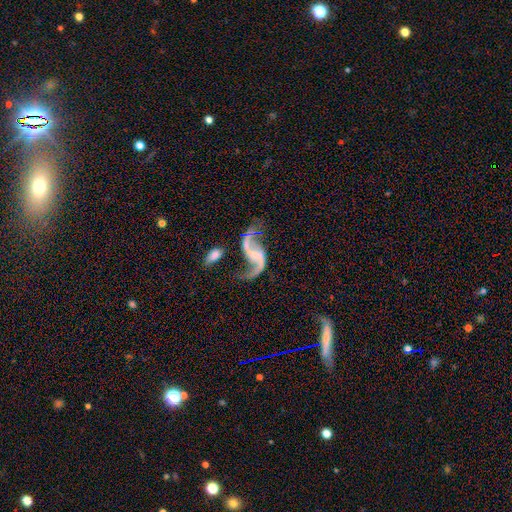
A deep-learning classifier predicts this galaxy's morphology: Smooth or featured?
  - featured or disk: 91% *
  - star or artifact: 5%
  - smooth: 4%
Edge-on disk?
  - no: 98% *
  - yes: 2%
Bar?
  - weak: 40% *
  - no: 38%
  - strong: 22%
Spiral arms?
  - yes: 96% *
  - no: 4%
Spiral winding?
  - loose: 89% *
  - medium: 9%
  - tight: 2%
Spiral arm count?
  - 2: 92% *
  - 1: 3%
  - can't tell: 1%
  - 3: 1%
  - 4: 1%
  - more than 4: 1%
Bulge size?
  - none: 57% *
  - small: 29%
  - moderate: 10%
  - large: 3%
  - dominant: 1%
Merging?
  - none: 57% *
  - major disturbance: 17%
  - minor disturbance: 17%
  - merger: 9%